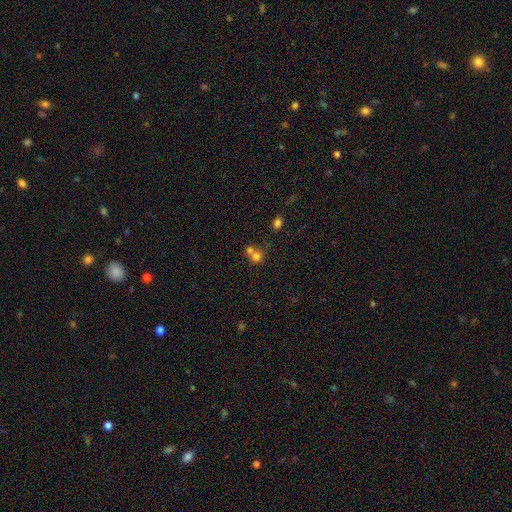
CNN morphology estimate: A smooth galaxy with no disk features (74%) that is round (83%).

Vote fractions:
- Smooth or featured? smooth: 74% / star or artifact: 14% / featured or disk: 12%
- How rounded? round: 83% / in between: 16% / cigar-shaped: 1%
- Merging? merger: 54% / none: 37% / minor disturbance: 6% / major disturbance: 3%